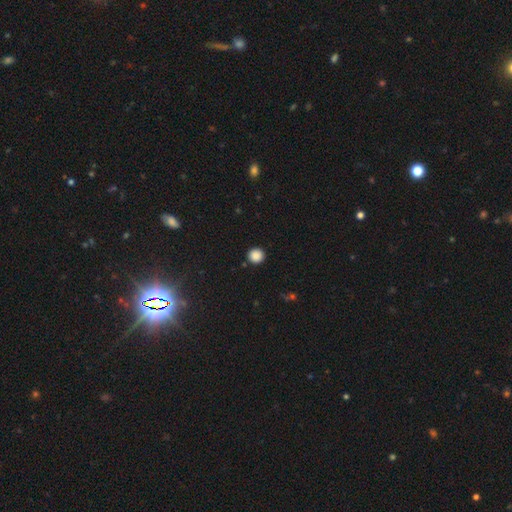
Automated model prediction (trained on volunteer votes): smooth_or_featured: smooth (p=0.87) [alt: star or artifact p=0.10]
how_rounded: round (p=0.95) [alt: in between p=0.04]
merging: none (p=0.92) [alt: minor disturbance p=0.05]